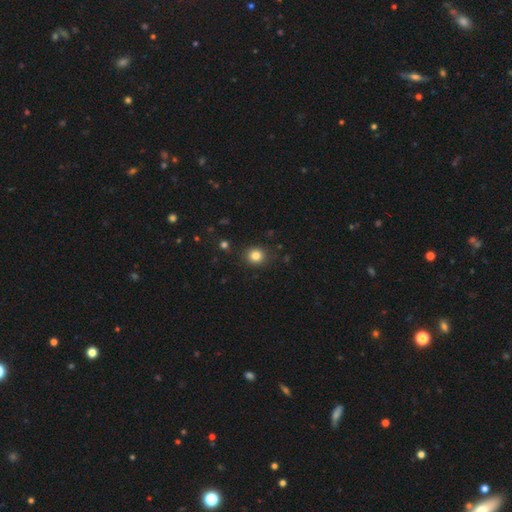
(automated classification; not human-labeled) This appears to be a smooth galaxy with no disk features (83%) that is round (84%). Merging: none (88%).